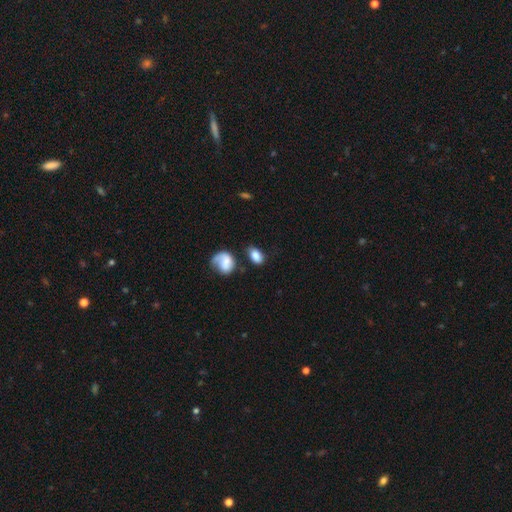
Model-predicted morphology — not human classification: smooth_or_featured: smooth (p=0.80) [alt: featured or disk p=0.12]
how_rounded: in between (p=0.80) [alt: round p=0.18]
merging: none (p=0.59) [alt: minor disturbance p=0.18]